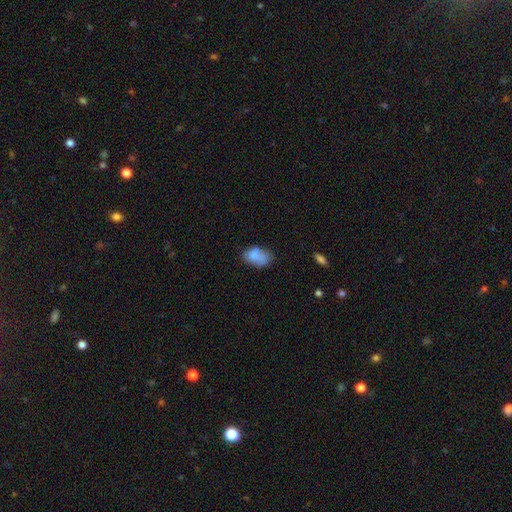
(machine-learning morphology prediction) Q: Smooth or featured?
A: smooth (79%); runner-up: featured or disk (12%)
Q: How rounded?
A: in between (86%); runner-up: round (12%)
Q: Merging?
A: none (49%); runner-up: minor disturbance (30%)